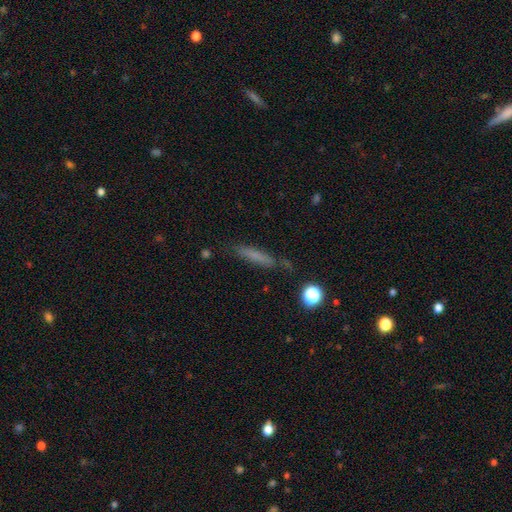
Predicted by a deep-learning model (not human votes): This appears to be a smooth galaxy with no disk features (67%) that is cigar-shaped (90%). Merging: none (78%).